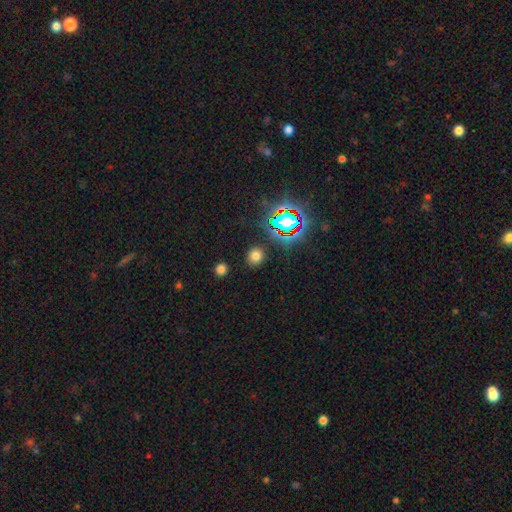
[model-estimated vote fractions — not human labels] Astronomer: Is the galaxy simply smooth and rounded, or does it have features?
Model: smooth — 71%.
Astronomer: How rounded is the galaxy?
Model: round — 83%.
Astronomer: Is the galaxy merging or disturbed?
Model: none — 87%.